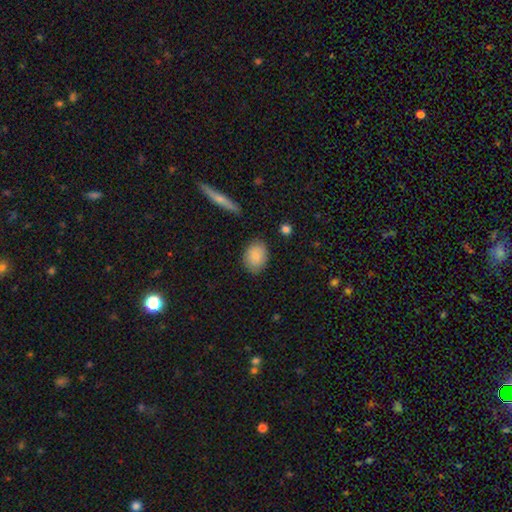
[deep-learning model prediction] A smooth galaxy with no disk features (85%) that is in between round and cigar-shaped (71%). Merging: none (84%).